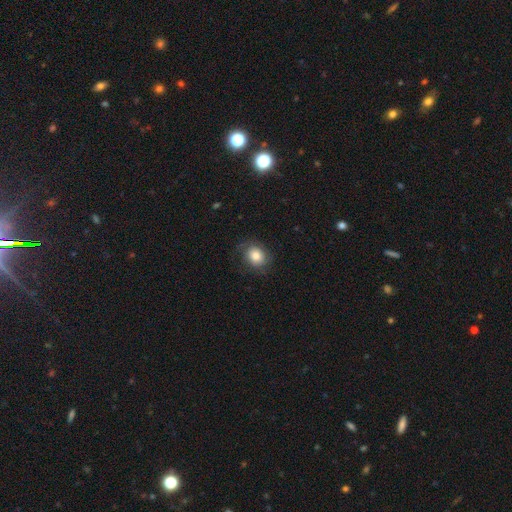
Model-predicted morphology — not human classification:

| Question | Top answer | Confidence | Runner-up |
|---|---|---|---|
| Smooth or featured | smooth | 74% | featured or disk (17%) |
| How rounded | round | 68% | in between (31%) |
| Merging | none | 72% | minor disturbance (19%) |